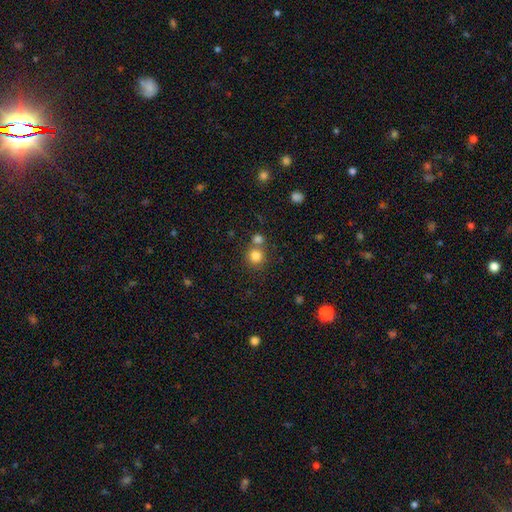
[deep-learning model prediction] A smooth galaxy with no disk features (81%) that is round (91%).

Vote fractions:
- Smooth or featured? smooth: 81% / star or artifact: 12% / featured or disk: 6%
- How rounded? round: 91% / in between: 8% / cigar-shaped: 1%
- Merging? none: 63% / merger: 27% / minor disturbance: 7% / major disturbance: 3%